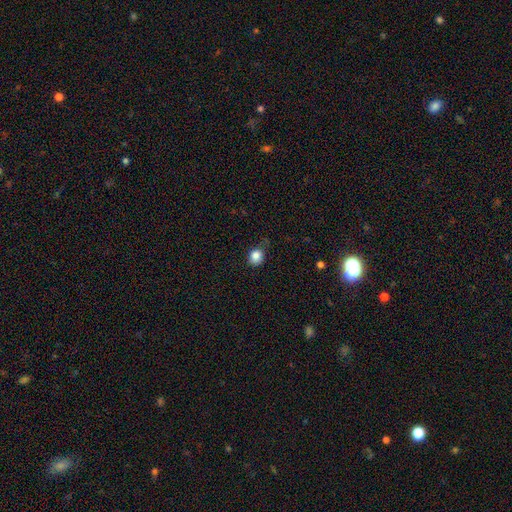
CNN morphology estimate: type=smooth (84%); roundness=round (72%); merging=none (69%).